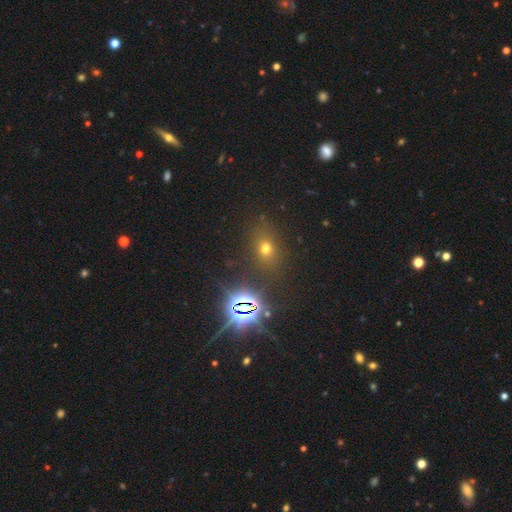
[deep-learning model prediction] The model was most divided on "smooth or featured": star or artifact: 57%, smooth: 32%, featured or disk: 11%.